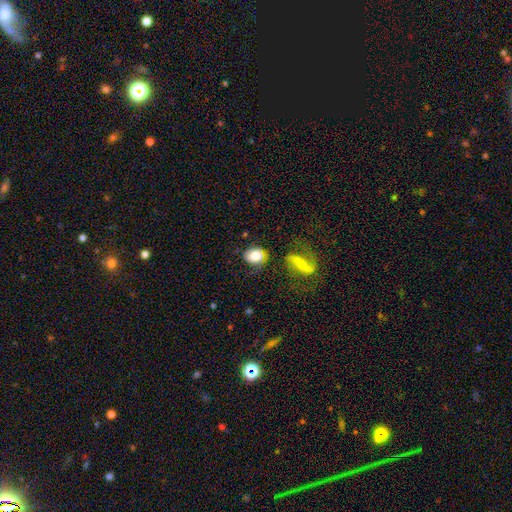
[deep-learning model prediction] This appears to be a smooth galaxy with no disk features (71%) that is in between round and cigar-shaped (54%). Merging: none (62%).